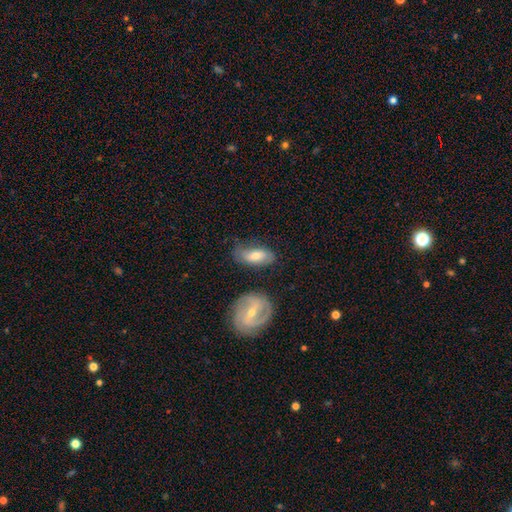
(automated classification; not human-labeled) Overall: smooth (48%; featured or disk 44%). Merging: none (62%; minor disturbance 23%).